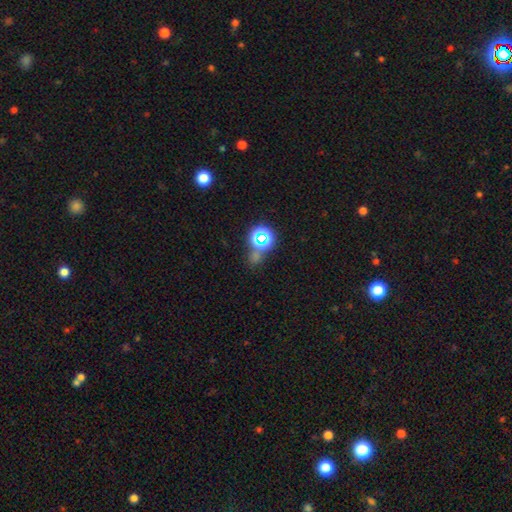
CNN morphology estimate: smooth_or_featured: star or artifact (p=0.47) [alt: smooth p=0.40]